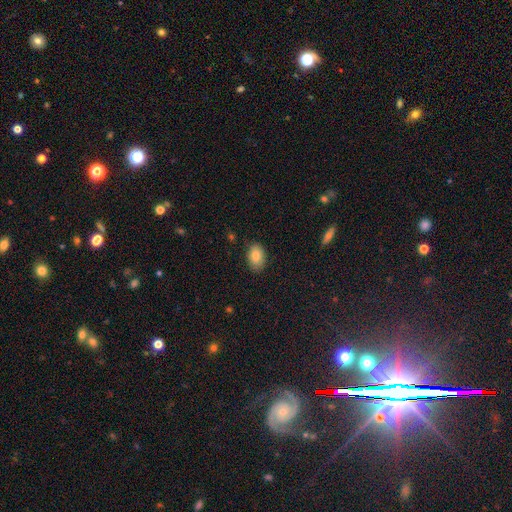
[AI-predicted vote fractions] This appears to be a smooth galaxy with no disk features (83%) that is in between round and cigar-shaped (86%). Merging: none (85%).